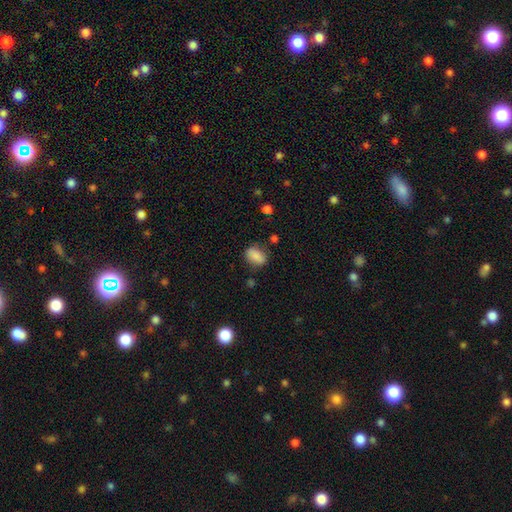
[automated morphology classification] type=smooth (85%); roundness=in between (84%); merging=none (75%).